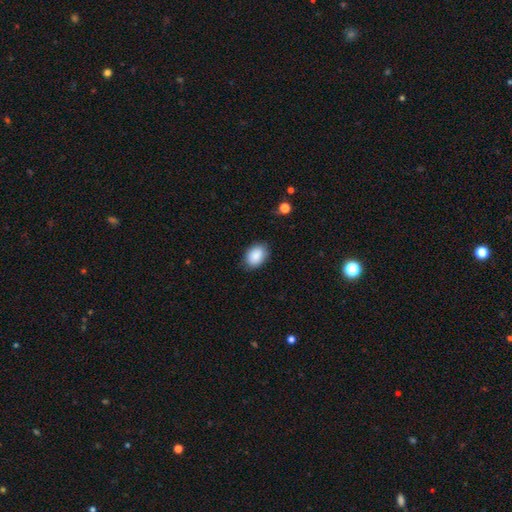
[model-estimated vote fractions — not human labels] Smooth or featured: smooth — 89% (star or artifact — 7%)
How rounded: in between — 79% (round — 20%)
Merging: none — 84% (minor disturbance — 12%)